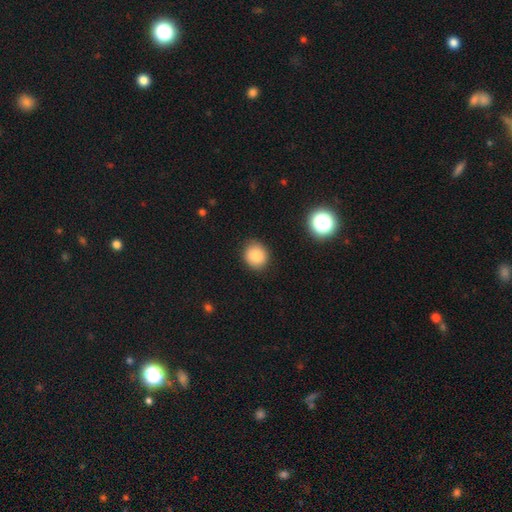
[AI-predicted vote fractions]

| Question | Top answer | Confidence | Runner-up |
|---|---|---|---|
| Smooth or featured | smooth | 84% | star or artifact (11%) |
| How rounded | round | 82% | in between (17%) |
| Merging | none | 89% | minor disturbance (8%) |